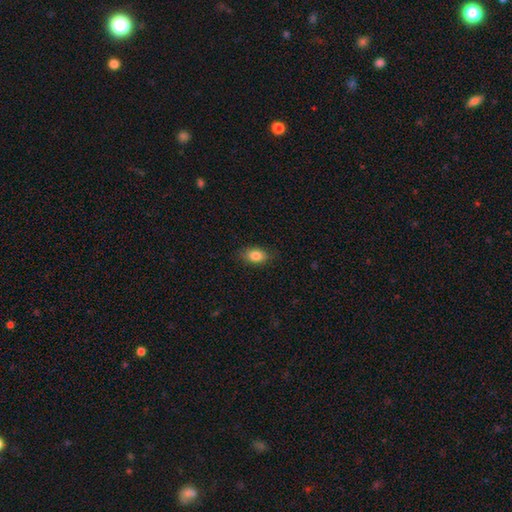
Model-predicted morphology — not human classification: This appears to be a smooth galaxy with no disk features (84%) that is in between round and cigar-shaped (83%). Merging: none (85%).